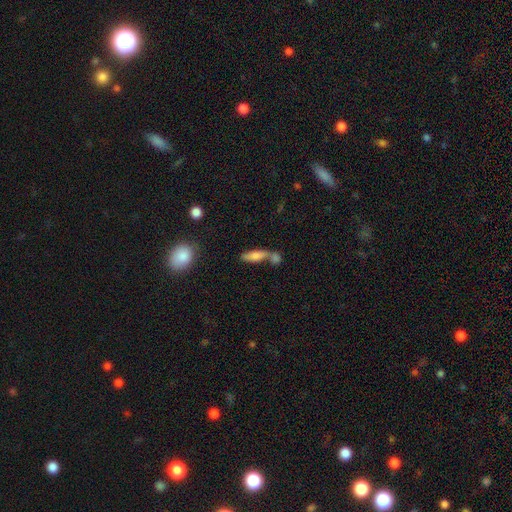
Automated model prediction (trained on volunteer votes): smooth-or-featured: smooth: 72% | featured or disk: 19% | star or artifact: 9%
  how-rounded: cigar-shaped: 51% | in between: 46% | round: 3%
  merging: merger: 43% | none: 41% | minor disturbance: 11% | major disturbance: 5%